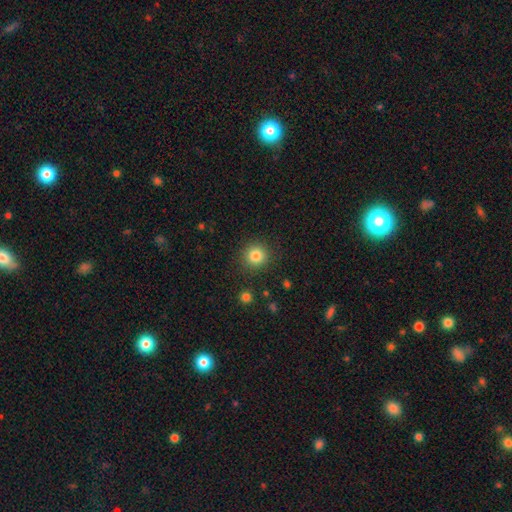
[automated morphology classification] The model was most divided on "smooth or featured": smooth: 83%, star or artifact: 11%, featured or disk: 6%. More confident: how rounded — round (93%); merging — none (89%).